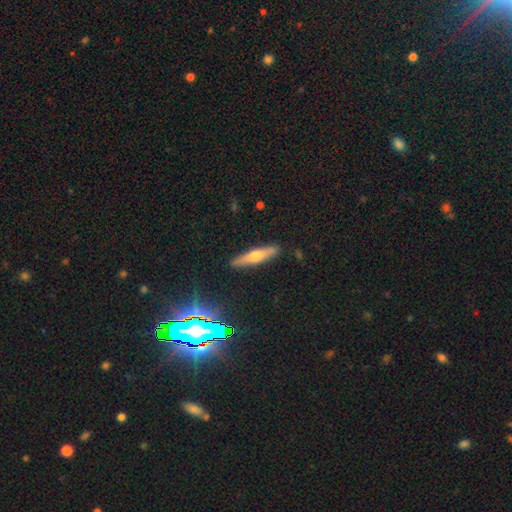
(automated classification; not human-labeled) Smooth or featured? featured or disk (45%, tied with smooth)
Merging? none (89%)